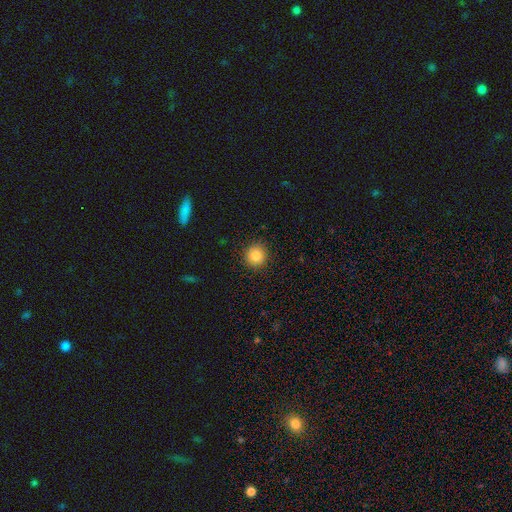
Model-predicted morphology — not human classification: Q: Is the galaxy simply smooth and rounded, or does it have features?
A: smooth — 83%.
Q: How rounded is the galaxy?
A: round — 92%.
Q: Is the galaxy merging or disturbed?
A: none — 91%.